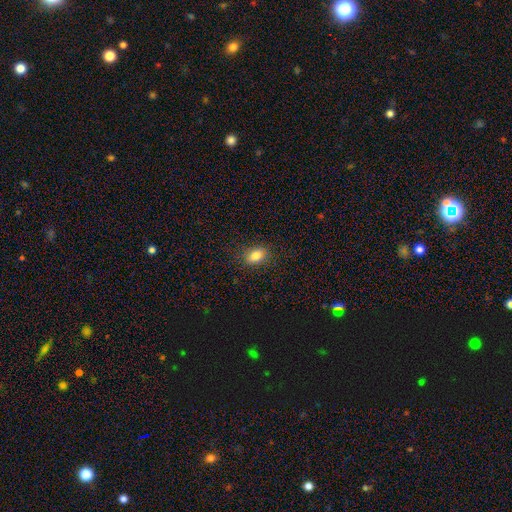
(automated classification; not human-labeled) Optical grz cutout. It shows a smooth galaxy with no disk features (84%) that is in between round and cigar-shaped (81%). Merging: none (85%).